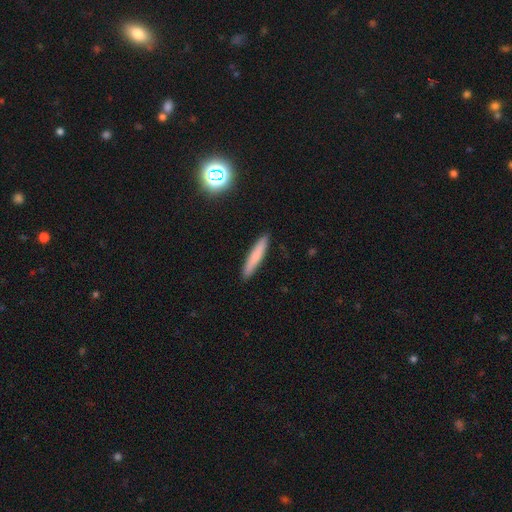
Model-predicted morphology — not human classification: This appears to be a smooth galaxy with no disk features (72%) that is cigar-shaped (92%). Merging: none (91%).